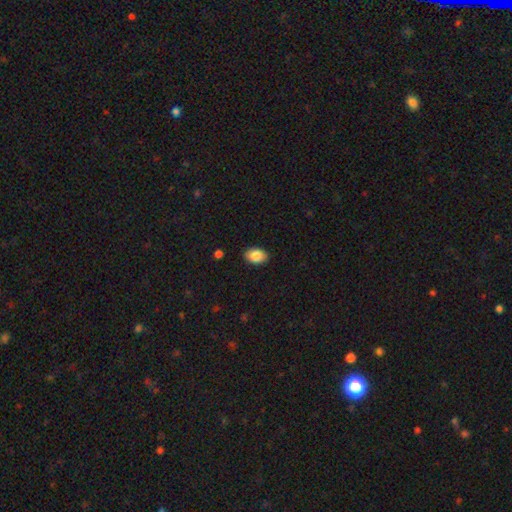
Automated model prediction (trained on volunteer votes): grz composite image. It shows a smooth galaxy with no disk features (87%) that is in between round and cigar-shaped (85%). Merging: none (88%).